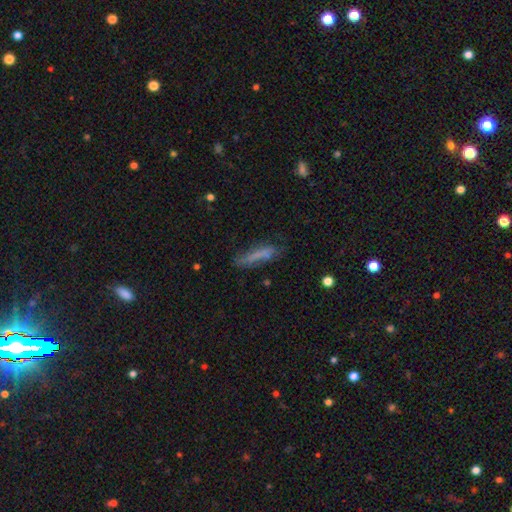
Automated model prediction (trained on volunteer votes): A smooth galaxy with no disk features (64%) that is cigar-shaped (80%).

Vote fractions:
- Smooth or featured? smooth: 64% / featured or disk: 26% / star or artifact: 10%
- How rounded? cigar-shaped: 80% / in between: 18% / round: 2%
- Merging? none: 63% / minor disturbance: 24% / major disturbance: 9% / merger: 4%